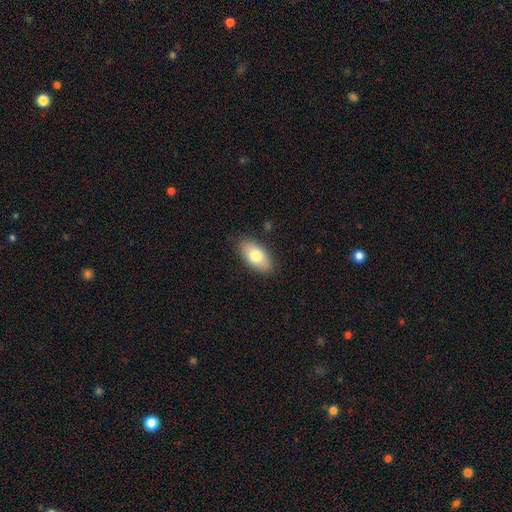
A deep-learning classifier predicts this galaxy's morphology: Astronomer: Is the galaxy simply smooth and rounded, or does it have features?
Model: smooth — 77%.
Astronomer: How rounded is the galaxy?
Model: in between — 93%.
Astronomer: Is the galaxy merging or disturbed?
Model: none — 87%.